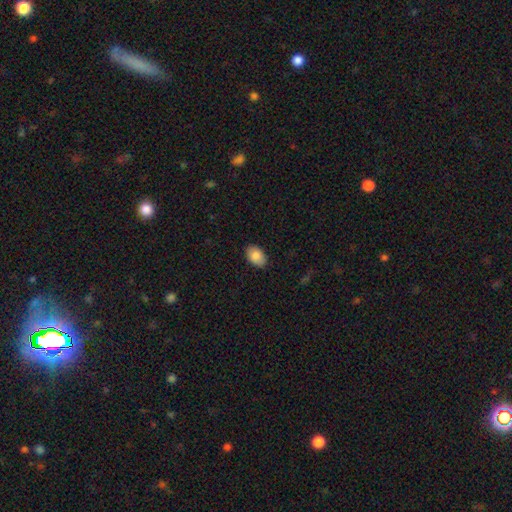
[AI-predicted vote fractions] Smooth or featured?
  - smooth: 86% *
  - featured or disk: 7%
  - star or artifact: 7%
How rounded?
  - in between: 86% *
  - round: 13%
  - cigar-shaped: 1%
Merging?
  - none: 88% *
  - minor disturbance: 9%
  - major disturbance: 2%
  - merger: 1%